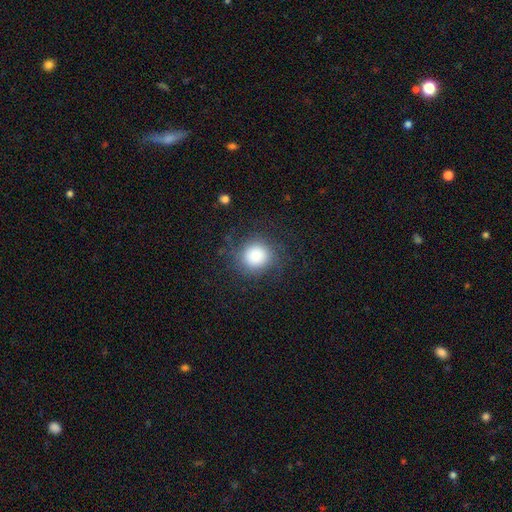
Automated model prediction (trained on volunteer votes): A smooth galaxy with no disk features (78%) that is round (90%).

Vote fractions:
- Smooth or featured? smooth: 78% / featured or disk: 11% / star or artifact: 10%
- How rounded? round: 90% / in between: 9% / cigar-shaped: 1%
- Merging? none: 76% / minor disturbance: 13% / major disturbance: 10% / merger: 1%